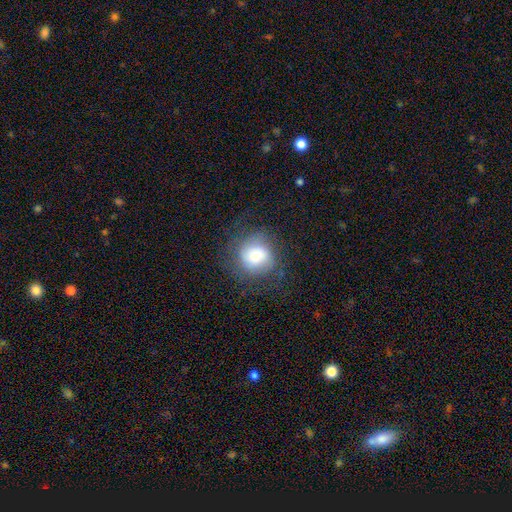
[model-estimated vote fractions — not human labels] This is likely a smooth galaxy (60%). How rounded: clearly round (85%). Merging: likely none (67%).